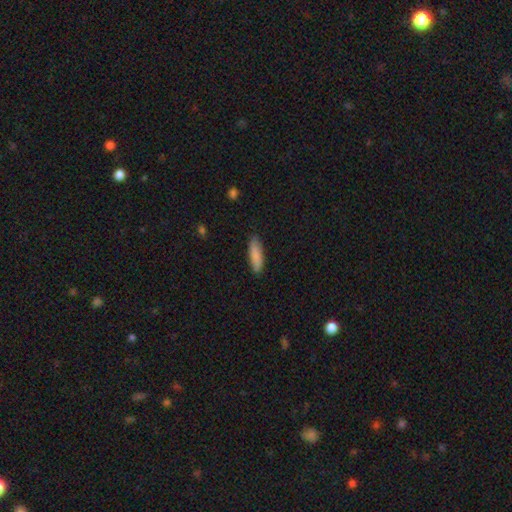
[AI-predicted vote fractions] A smooth galaxy with no disk features (86%) that is cigar-shaped (62%).

Vote fractions:
- Smooth or featured? smooth: 86% / featured or disk: 8% / star or artifact: 6%
- How rounded? cigar-shaped: 62% / in between: 37% / round: 1%
- Merging? none: 86% / minor disturbance: 11% / major disturbance: 2% / merger: 1%